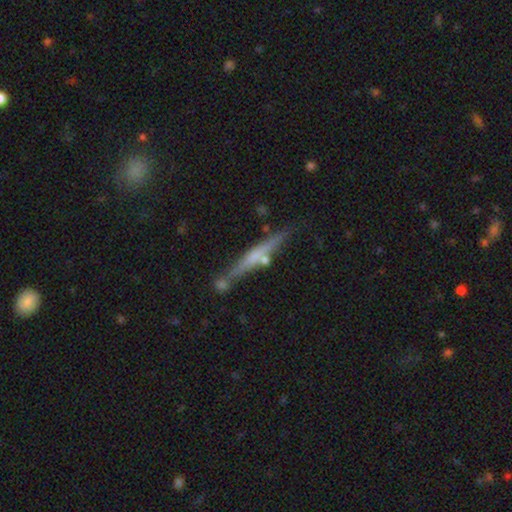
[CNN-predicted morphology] A featured or disk galaxy (59%) viewed edge-on (96%) with a rounded central bulge (48%).

Vote fractions:
- Smooth or featured? featured or disk: 59% / smooth: 34% / star or artifact: 7%
- Edge-on disk? yes: 96% / no: 4%
- Edge-on bulge? rounded: 48% / none: 42% / boxy: 10%
- Merging? none: 76% / minor disturbance: 12% / merger: 9% / major disturbance: 3%